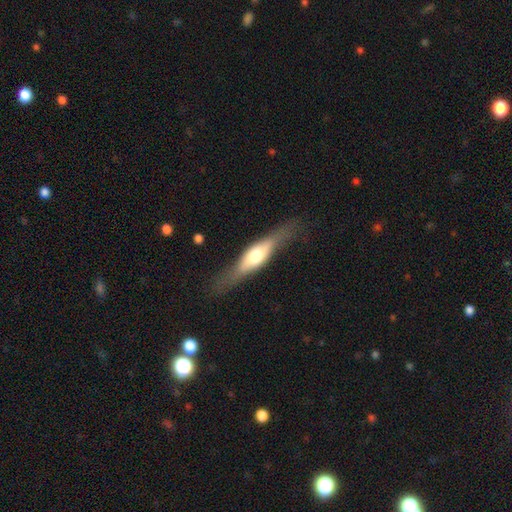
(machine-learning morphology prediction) Smooth or featured: featured or disk — 56% (smooth — 39%)
Edge-on disk: yes — 84% (no — 16%)
Merging: none — 74% (minor disturbance — 17%)